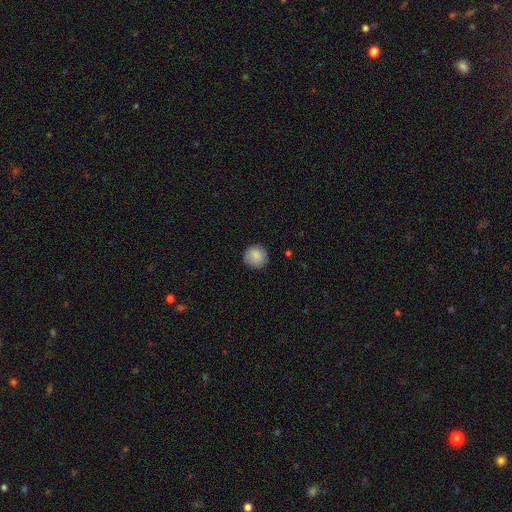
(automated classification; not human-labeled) This appears to be a smooth galaxy with no disk features (87%) that is round (94%). Merging: none (89%).